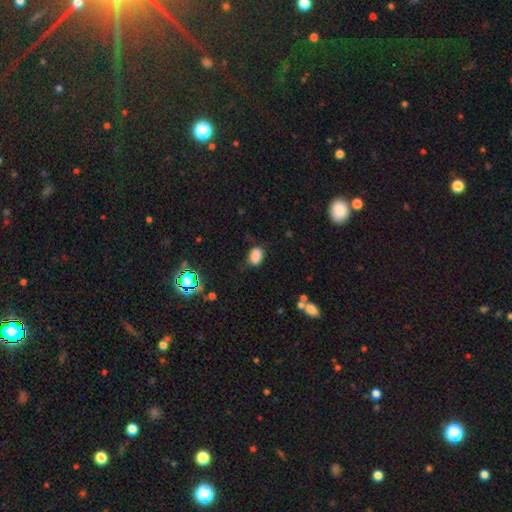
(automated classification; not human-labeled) Overall: smooth (83%). How rounded: in between (79%). Merging: none (68%).